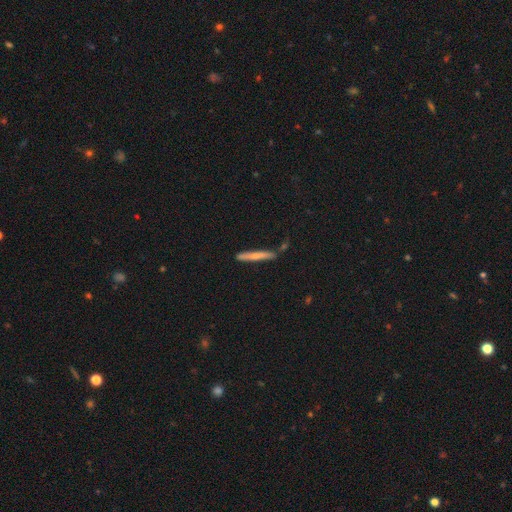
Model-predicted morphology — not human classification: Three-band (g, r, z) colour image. It shows a smooth galaxy with no disk features (65%) that is cigar-shaped (96%). Merging: none (80%).